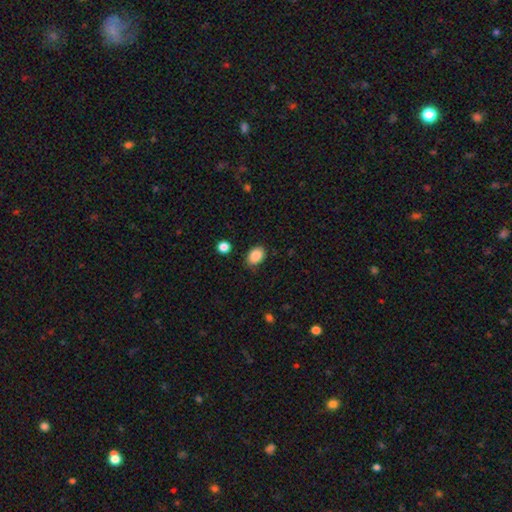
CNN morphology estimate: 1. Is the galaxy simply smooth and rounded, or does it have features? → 87% smooth, 8% star or artifact, 4% featured or disk.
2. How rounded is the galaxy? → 76% in between, 23% round, 1% cigar-shaped.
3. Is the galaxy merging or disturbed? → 80% none, 15% minor disturbance, 3% major disturbance, 2% merger.